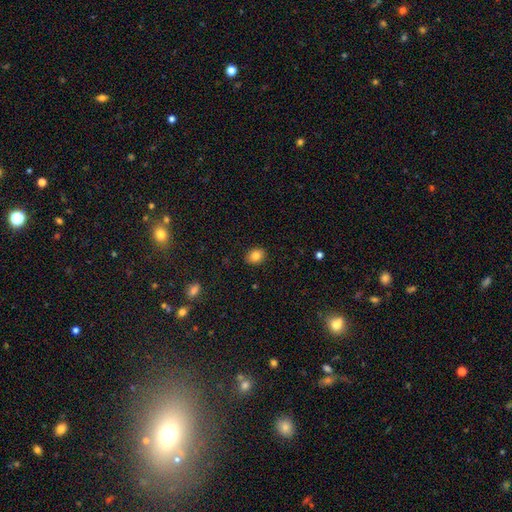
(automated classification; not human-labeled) smooth-or-featured: smooth: 82% | star or artifact: 10% | featured or disk: 8%
  how-rounded: in between: 56% | round: 43% | cigar-shaped: 1%
  merging: none: 89% | minor disturbance: 8% | major disturbance: 2% | merger: 1%